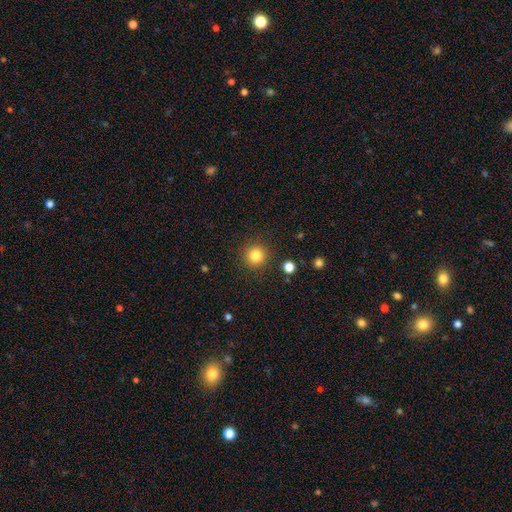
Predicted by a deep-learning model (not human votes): smooth_or_featured: smooth (p=0.82) [alt: star or artifact p=0.12]
how_rounded: round (p=0.94) [alt: in between p=0.05]
merging: none (p=0.90) [alt: minor disturbance p=0.06]